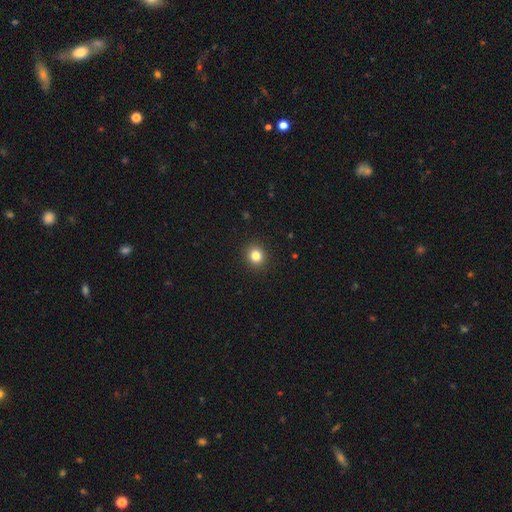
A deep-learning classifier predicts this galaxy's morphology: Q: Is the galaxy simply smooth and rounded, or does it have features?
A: smooth — 82%.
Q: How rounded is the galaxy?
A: round — 85%.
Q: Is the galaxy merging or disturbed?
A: none — 92%.